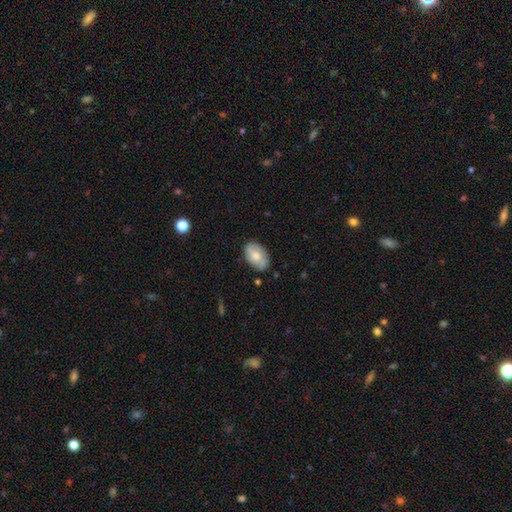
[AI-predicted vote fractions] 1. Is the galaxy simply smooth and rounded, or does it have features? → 70% smooth, 24% featured or disk, 7% star or artifact.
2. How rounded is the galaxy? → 90% in between, 9% round, 1% cigar-shaped.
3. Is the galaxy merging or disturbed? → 75% none, 19% minor disturbance, 4% major disturbance, 2% merger.